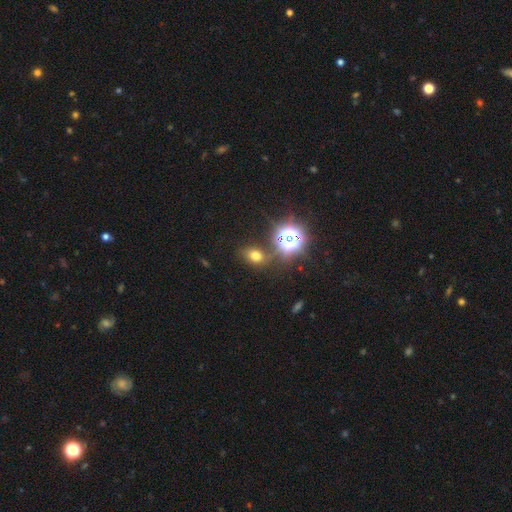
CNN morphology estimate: smooth-or-featured: smooth: 60% | star or artifact: 31% | featured or disk: 10%
  how-rounded: in between: 62% | round: 37% | cigar-shaped: 2%
  merging: none: 73% | minor disturbance: 14% | merger: 8% | major disturbance: 6%